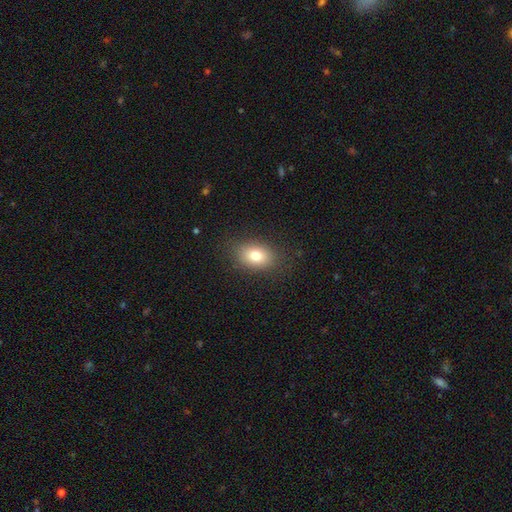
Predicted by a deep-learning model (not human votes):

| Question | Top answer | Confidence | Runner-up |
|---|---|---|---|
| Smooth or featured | smooth | 79% | featured or disk (11%) |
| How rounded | in between | 77% | round (22%) |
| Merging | none | 85% | minor disturbance (10%) |